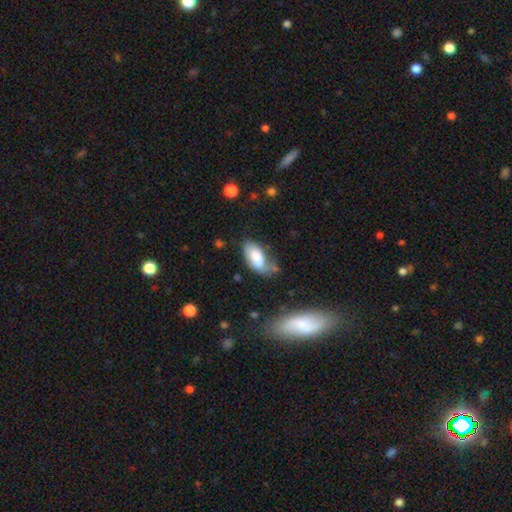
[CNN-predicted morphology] Q: Smooth or featured?
A: smooth (74%); runner-up: featured or disk (20%)
Q: How rounded?
A: in between (93%); runner-up: cigar-shaped (4%)
Q: Merging?
A: none (41%); runner-up: minor disturbance (34%)